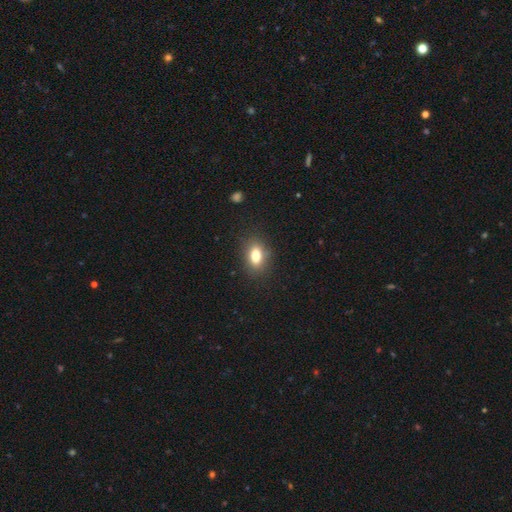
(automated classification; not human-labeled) Smooth or featured: smooth — 79% (featured or disk — 11%)
How rounded: in between — 80% (round — 17%)
Merging: none — 86% (minor disturbance — 10%)